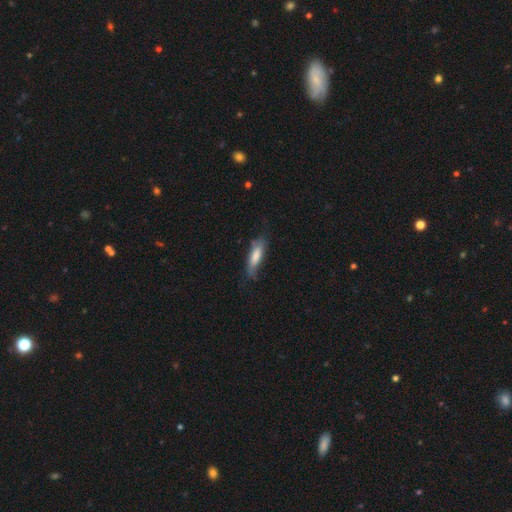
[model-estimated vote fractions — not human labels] Smooth or featured?
  - smooth: 61% *
  - featured or disk: 31%
  - star or artifact: 8%
How rounded?
  - cigar-shaped: 58% *
  - in between: 40%
  - round: 2%
Merging?
  - none: 56% *
  - minor disturbance: 30%
  - major disturbance: 12%
  - merger: 2%